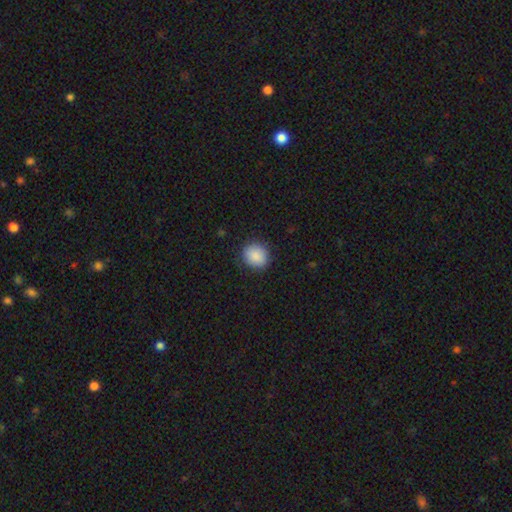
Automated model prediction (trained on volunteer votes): Morphology: type=smooth (89%); roundness=round (76%); merging=none (87%).